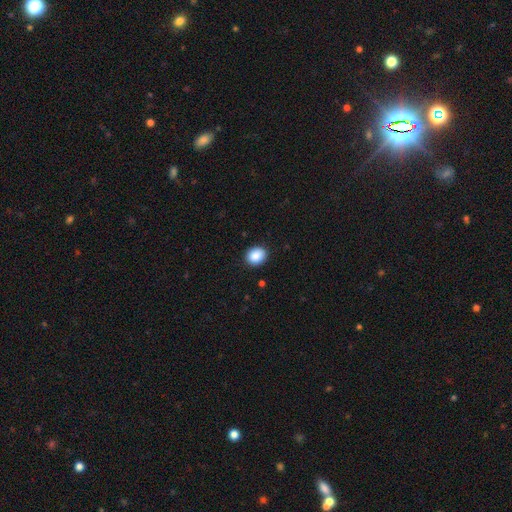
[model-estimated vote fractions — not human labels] Smooth or featured: smooth — 88% (star or artifact — 8%)
How rounded: round — 64% (in between — 35%)
Merging: none — 90% (minor disturbance — 7%)